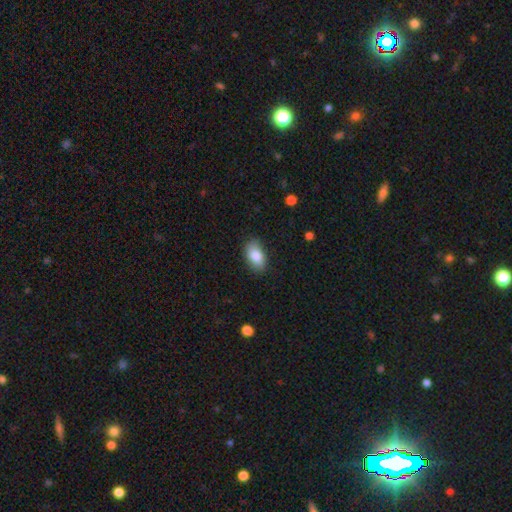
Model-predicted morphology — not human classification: A smooth galaxy with no disk features (84%) that is in between round and cigar-shaped (92%). Merging: none (84%).